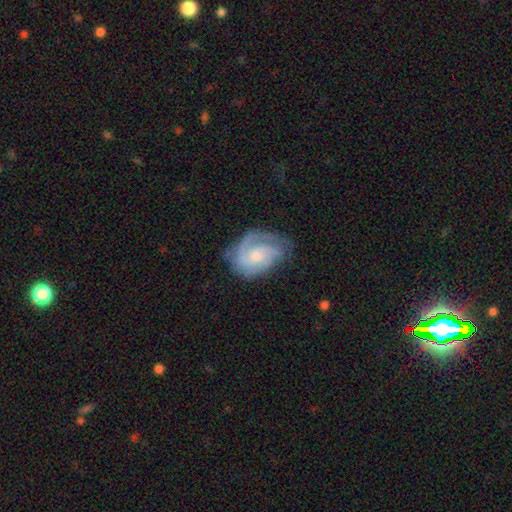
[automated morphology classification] smooth-or-featured: featured or disk: 79% | smooth: 16% | star or artifact: 6%
  disk-edge-on: no: 97% | yes: 3%
    bar: no: 68% | weak: 28% | strong: 4%
    has-spiral-arms: yes: 94% | no: 6%
      spiral-winding: tight: 52% | medium: 37% | loose: 12%
      spiral-arm-count: 2: 38% | can't tell: 22% | 3: 18% | 1: 15% | 4: 4% | more than 4: 3%
    bulge-size: small: 53% | moderate: 38% | none: 5% | large: 3% | dominant: 1%
  merging: none: 59% | minor disturbance: 25% | major disturbance: 15% | merger: 2%